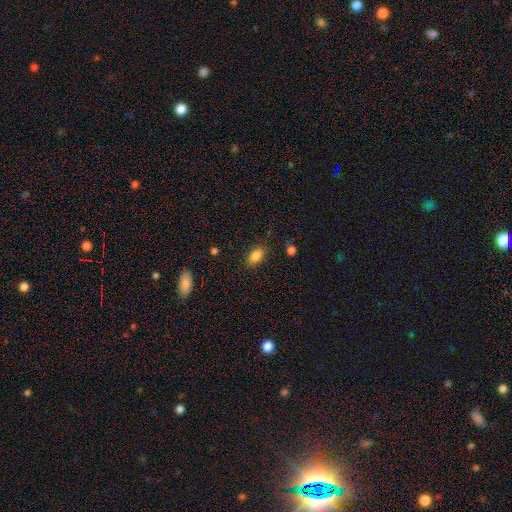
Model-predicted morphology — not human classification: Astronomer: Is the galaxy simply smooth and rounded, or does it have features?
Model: smooth — 86%.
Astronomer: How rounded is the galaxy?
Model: in between — 88%.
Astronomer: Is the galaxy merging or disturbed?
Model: none — 84%.